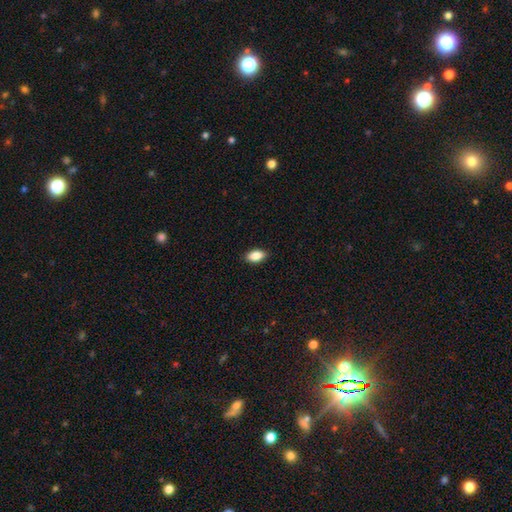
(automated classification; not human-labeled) Morphology: type=smooth (87%); roundness=in between (91%); merging=none (88%).